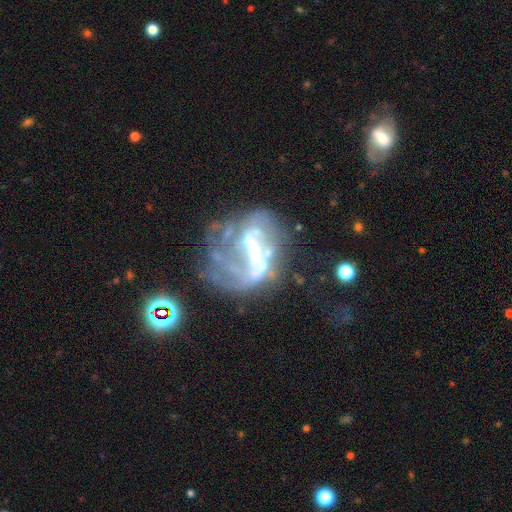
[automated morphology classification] smooth_or_featured: featured or disk (p=0.74) [alt: star or artifact p=0.13]
disk_edge_on: no (p=0.97) [alt: yes p=0.03]
bar: strong (p=0.51) [alt: weak p=0.26]
has_spiral_arms: no (p=0.53) [alt: yes p=0.47]
bulge_size: none (p=0.42) [alt: moderate p=0.25]
merging: major disturbance (p=0.40) [alt: none p=0.31]